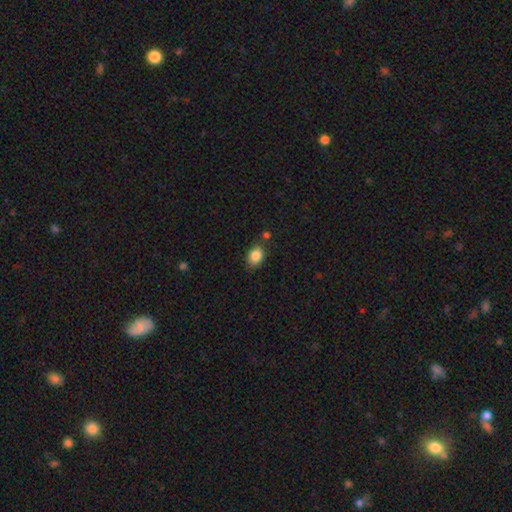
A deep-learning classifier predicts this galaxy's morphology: The model was most divided on "how rounded": in between: 70%, round: 28%, cigar-shaped: 1%. More confident: smooth or featured — smooth (86%); merging — none (76%).